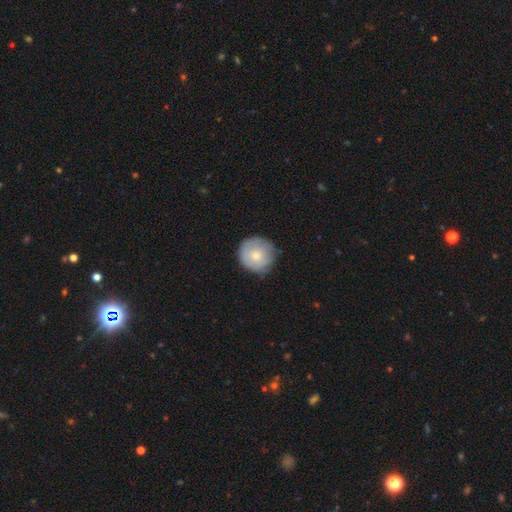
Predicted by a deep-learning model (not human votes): Smooth or featured? Predicted: smooth (p=0.67). How rounded? Predicted: round (p=0.94). Merging? Predicted: none (p=0.76).